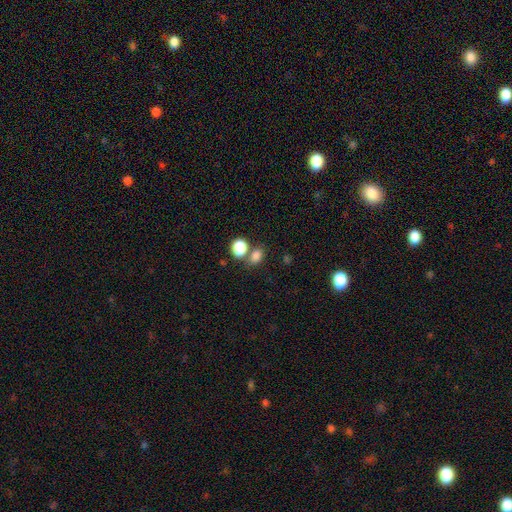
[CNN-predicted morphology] Smooth or featured?
  - smooth: 82% *
  - star or artifact: 12%
  - featured or disk: 6%
How rounded?
  - in between: 57% *
  - round: 42%
  - cigar-shaped: 1%
Merging?
  - none: 53% *
  - merger: 33%
  - minor disturbance: 10%
  - major disturbance: 4%